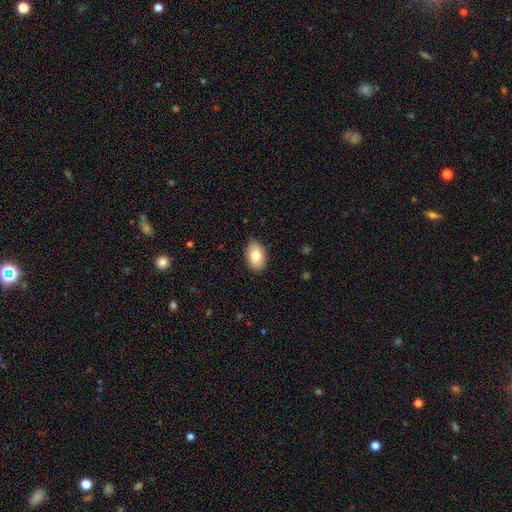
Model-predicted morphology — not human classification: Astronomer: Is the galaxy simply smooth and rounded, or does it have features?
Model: smooth — 80%.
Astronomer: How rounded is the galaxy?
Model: in between — 90%.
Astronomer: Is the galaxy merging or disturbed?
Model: none — 87%.